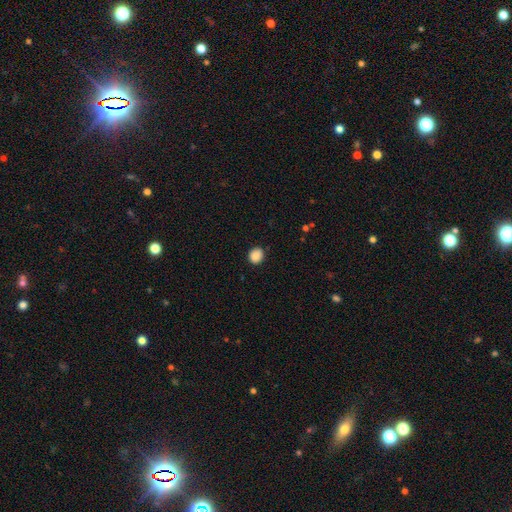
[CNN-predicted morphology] The model was most divided on "how rounded": round: 74%, in between: 25%, cigar-shaped: 1%. More confident: smooth or featured — smooth (89%); merging — none (88%).